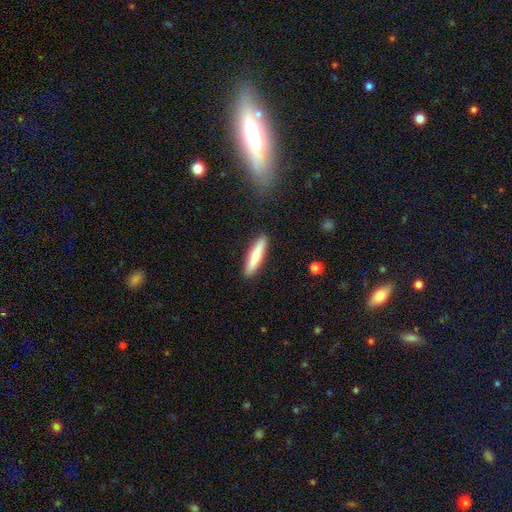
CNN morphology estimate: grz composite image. It shows a smooth galaxy with no disk features (75%) that is cigar-shaped (85%). Merging: none (91%).